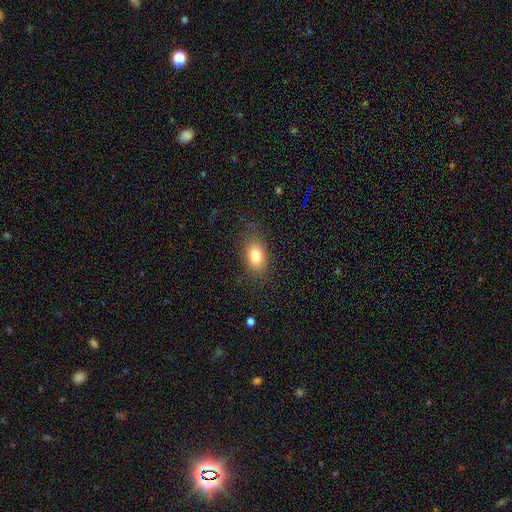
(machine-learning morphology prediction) Smooth or featured?
  - smooth: 80% *
  - featured or disk: 11%
  - star or artifact: 9%
How rounded?
  - in between: 86% *
  - round: 11%
  - cigar-shaped: 2%
Merging?
  - none: 79% *
  - minor disturbance: 15%
  - major disturbance: 5%
  - merger: 1%